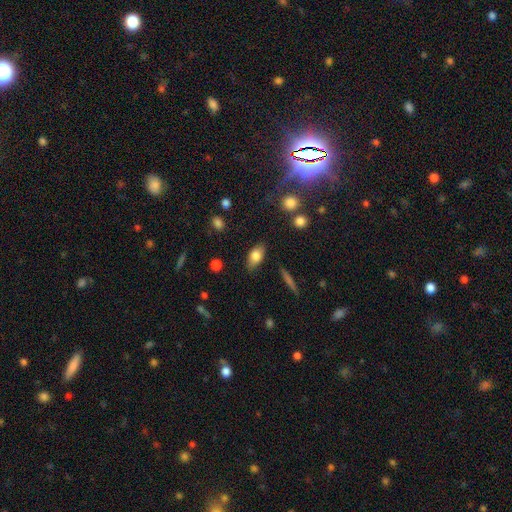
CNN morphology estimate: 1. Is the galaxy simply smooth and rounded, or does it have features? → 77% smooth, 16% featured or disk, 8% star or artifact.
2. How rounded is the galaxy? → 87% in between, 7% round, 6% cigar-shaped.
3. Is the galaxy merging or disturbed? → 81% none, 14% minor disturbance, 3% major disturbance, 2% merger.